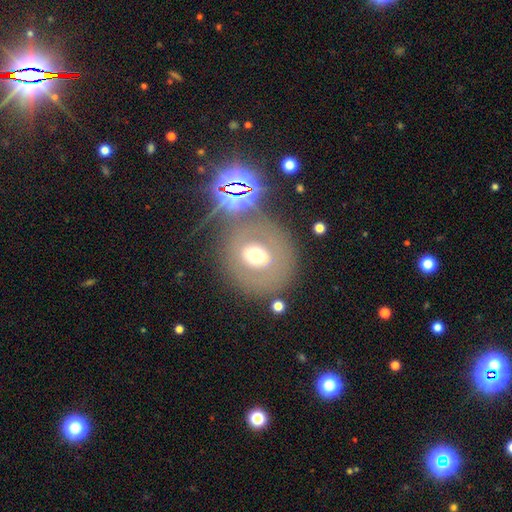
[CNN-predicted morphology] smooth-or-featured: smooth: 46% | featured or disk: 35% | star or artifact: 19%
  merging: none: 72% | minor disturbance: 12% | major disturbance: 9% | merger: 7%